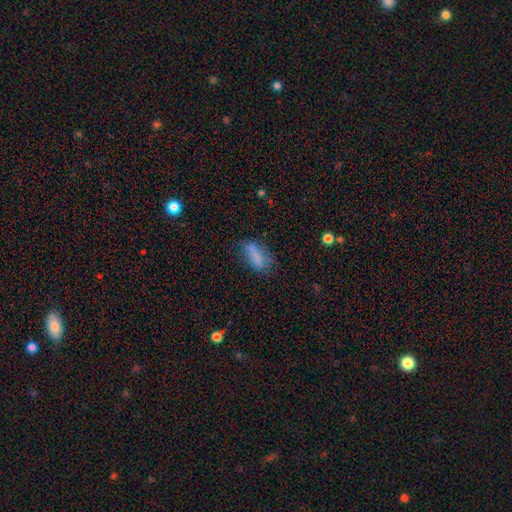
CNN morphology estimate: type=smooth (73%); roundness=in between (72%); merging=none (55%).